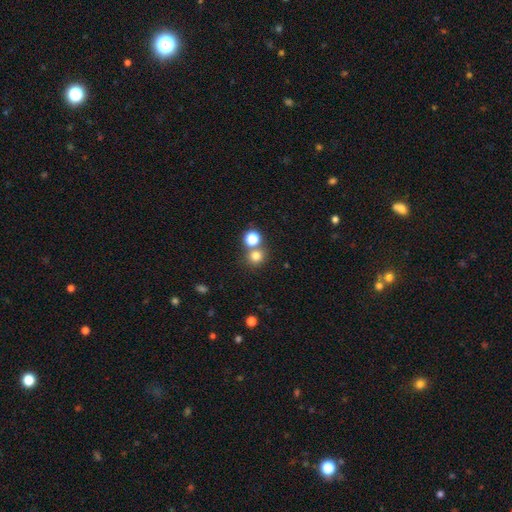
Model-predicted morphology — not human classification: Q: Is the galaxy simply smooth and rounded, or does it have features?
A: smooth — 75%.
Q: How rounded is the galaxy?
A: round — 89%.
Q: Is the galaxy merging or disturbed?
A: none — 64%.